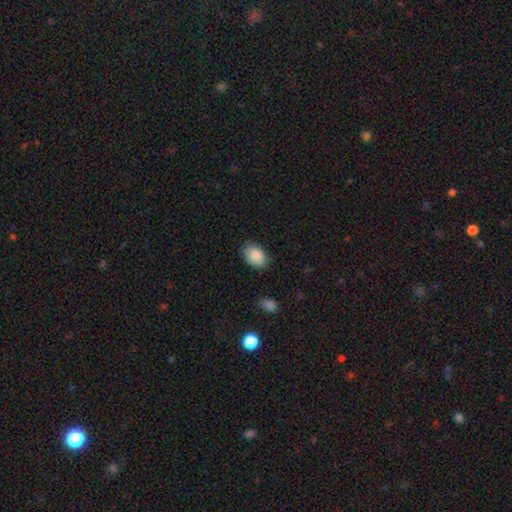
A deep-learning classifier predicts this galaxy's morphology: smooth 88%, star or artifact 7%, featured or disk 5%. Down the decision tree: how rounded — in between (85%); merging — none (82%).